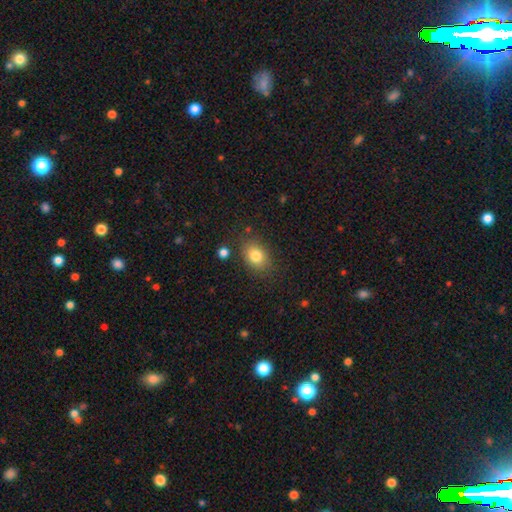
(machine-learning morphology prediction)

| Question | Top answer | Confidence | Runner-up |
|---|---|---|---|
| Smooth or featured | smooth | 82% | star or artifact (10%) |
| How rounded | in between | 68% | round (31%) |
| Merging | none | 80% | minor disturbance (13%) |